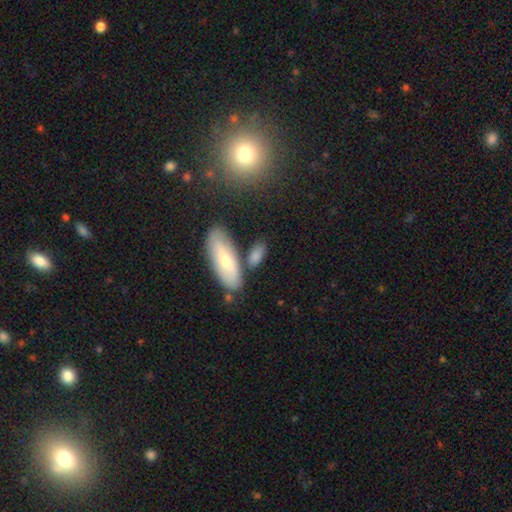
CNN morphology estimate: type=smooth (75%); roundness=in between (76%); merging=none (65%).